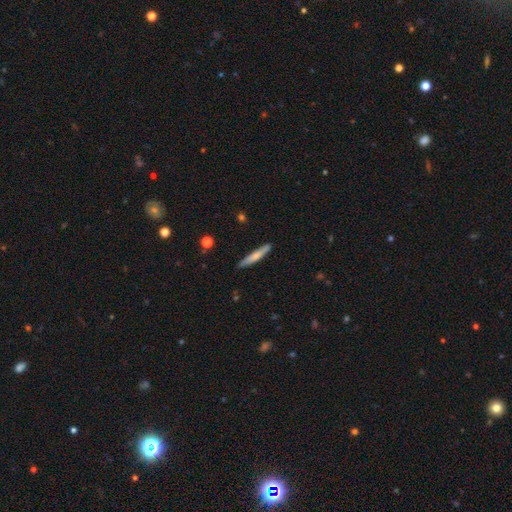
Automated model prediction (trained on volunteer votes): A smooth galaxy with no disk features (61%) that is cigar-shaped (93%).

Vote fractions:
- Smooth or featured? smooth: 61% / featured or disk: 33% / star or artifact: 6%
- How rounded? cigar-shaped: 93% / in between: 6% / round: 1%
- Merging? none: 85% / minor disturbance: 11% / major disturbance: 2% / merger: 2%